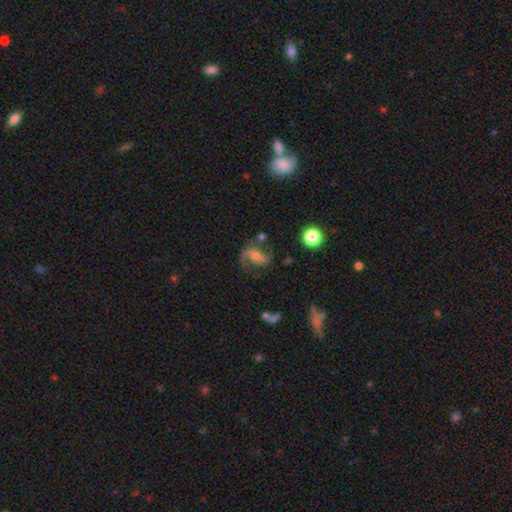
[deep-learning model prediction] Smooth or featured: featured or disk — 72% (smooth — 18%)
Edge-on disk: no — 96% (yes — 4%)
Bar: no — 42% (weak — 38%)
Spiral arms: yes — 92% (no — 8%)
Spiral winding: loose — 46% (medium — 42%)
Spiral arm count: 2 — 76% (1 — 15%)
Bulge size: moderate — 53% (small — 34%)
Merging: none — 58% (minor disturbance — 19%)